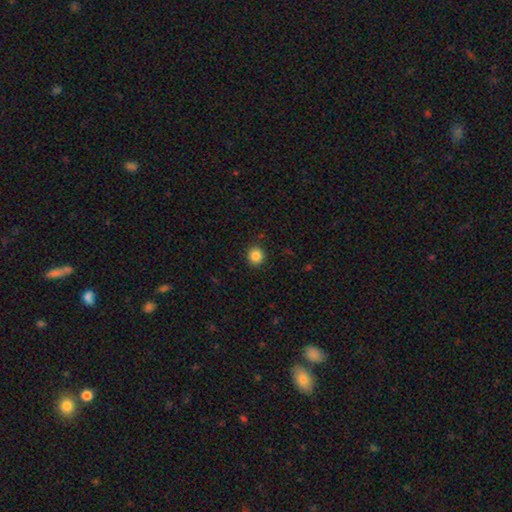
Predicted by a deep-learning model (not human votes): This is clearly a smooth galaxy (86%). How rounded: clearly round (90%). Merging: clearly none (90%).